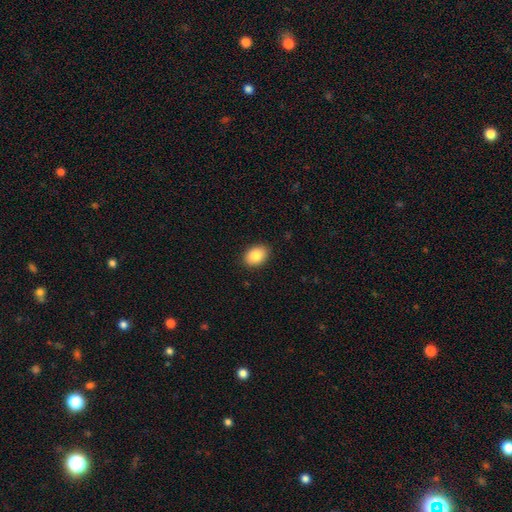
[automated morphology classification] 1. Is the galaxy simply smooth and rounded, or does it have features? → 85% smooth, 7% star or artifact, 7% featured or disk.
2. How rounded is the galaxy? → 78% in between, 21% round, 1% cigar-shaped.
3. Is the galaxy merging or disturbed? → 89% none, 8% minor disturbance, 2% major disturbance, 1% merger.